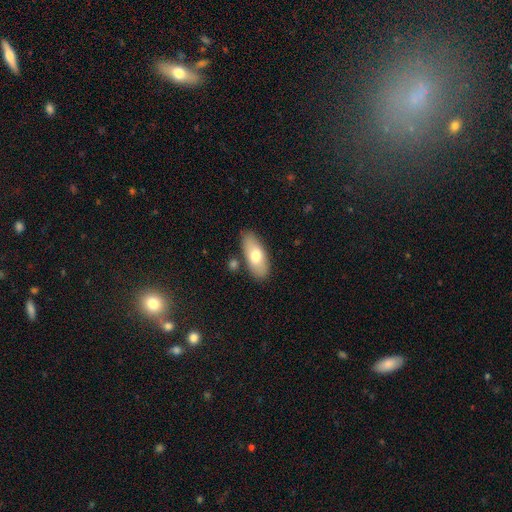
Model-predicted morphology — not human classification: This is likely a smooth galaxy (71%). How rounded: clearly in between (83%). Merging: likely none (80%).